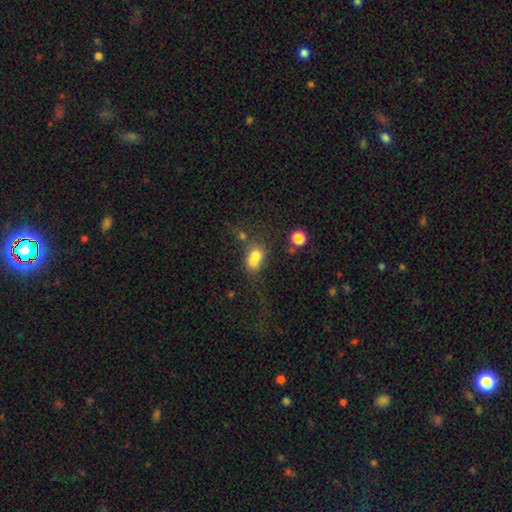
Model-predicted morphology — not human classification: Smooth or featured? Predicted: smooth (p=0.68). How rounded? Predicted: in between (p=0.49, tied with round). Merging? Predicted: merger (p=0.58).